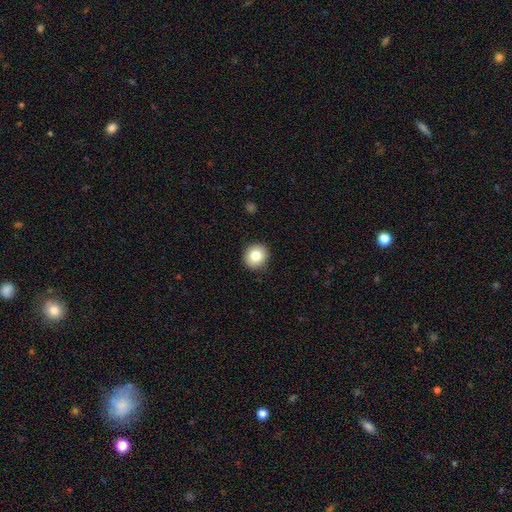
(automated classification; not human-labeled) This is clearly a smooth galaxy (82%). How rounded: clearly round (86%). Merging: clearly none (91%).